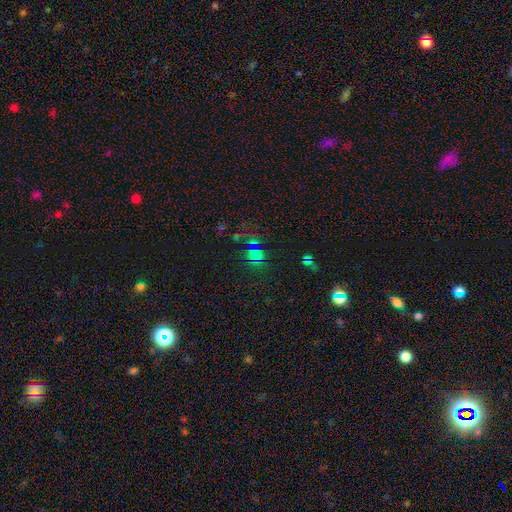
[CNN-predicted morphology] Smooth or featured? smooth (47%)
Merging? none (67%)